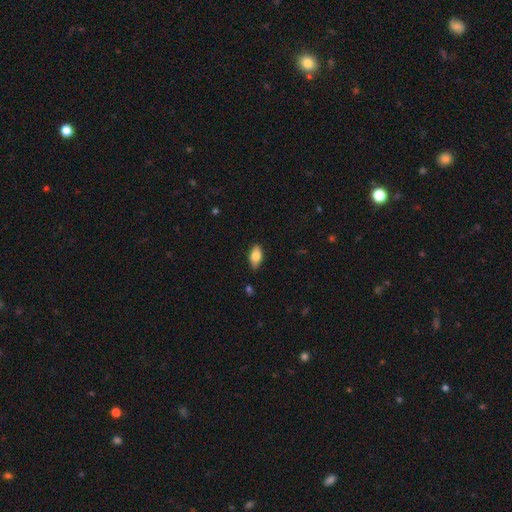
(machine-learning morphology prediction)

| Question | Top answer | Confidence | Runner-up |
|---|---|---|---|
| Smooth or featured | smooth | 80% | featured or disk (13%) |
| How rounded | in between | 90% | cigar-shaped (6%) |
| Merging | none | 84% | minor disturbance (13%) |